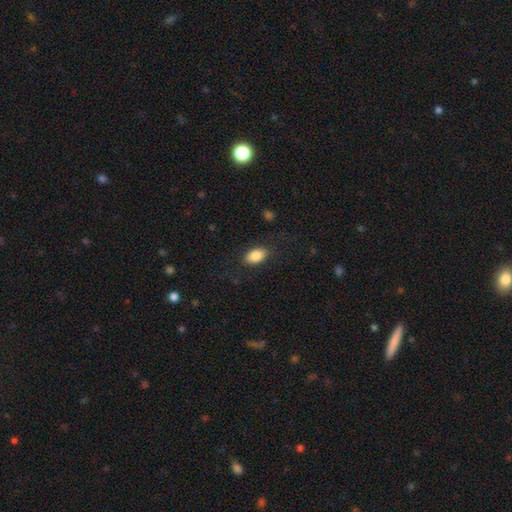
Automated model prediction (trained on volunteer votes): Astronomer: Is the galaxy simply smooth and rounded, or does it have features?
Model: smooth — 86%.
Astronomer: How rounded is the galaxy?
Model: in between — 91%.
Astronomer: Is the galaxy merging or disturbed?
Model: none — 85%.